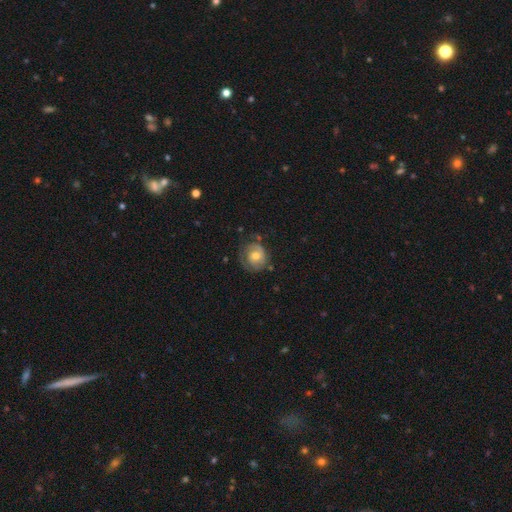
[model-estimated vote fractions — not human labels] smooth_or_featured: featured or disk (p=0.64) [alt: smooth p=0.29]
disk_edge_on: no (p=0.97) [alt: yes p=0.03]
bar: no (p=0.69) [alt: weak p=0.26]
has_spiral_arms: yes (p=0.85) [alt: no p=0.15]
spiral_winding: tight (p=0.58) [alt: medium p=0.30]
spiral_arm_count: 2 (p=0.56) [alt: can't tell p=0.20]
bulge_size: moderate (p=0.67) [alt: small p=0.23]
merging: none (p=0.64) [alt: minor disturbance p=0.22]